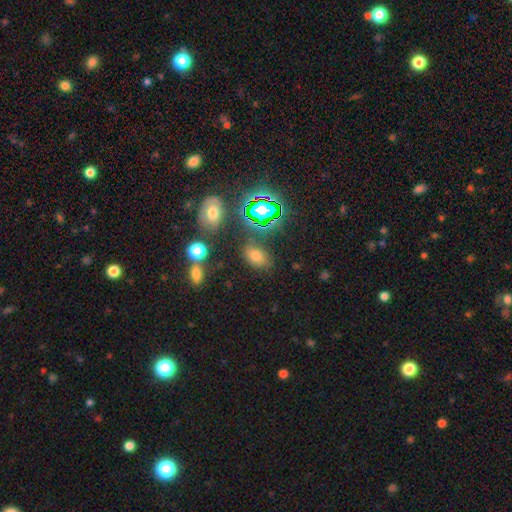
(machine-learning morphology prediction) Smooth or featured? smooth (60%)
How rounded? in between (82%)
Merging? none (74%)